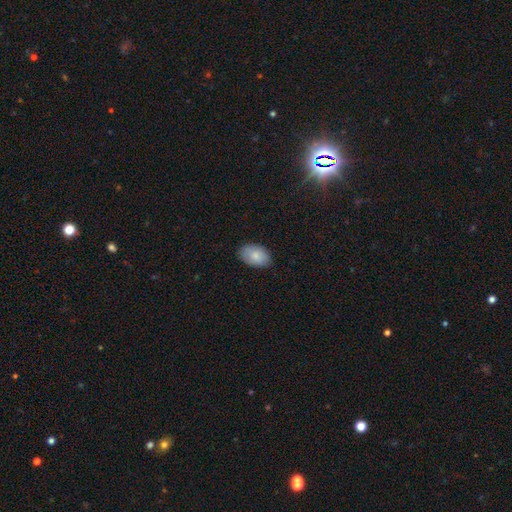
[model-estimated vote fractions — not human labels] This is clearly a smooth galaxy (84%). How rounded: clearly in between (91%). Merging: clearly none (82%).